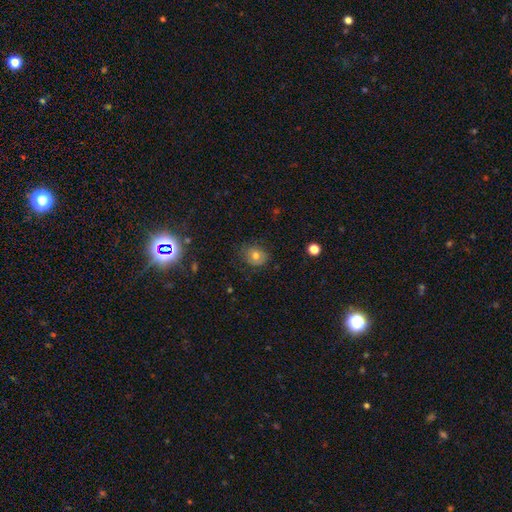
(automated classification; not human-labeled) smooth_or_featured: smooth (p=0.73) [alt: featured or disk p=0.15]
how_rounded: round (p=0.62) [alt: in between p=0.37]
merging: none (p=0.73) [alt: minor disturbance p=0.20]